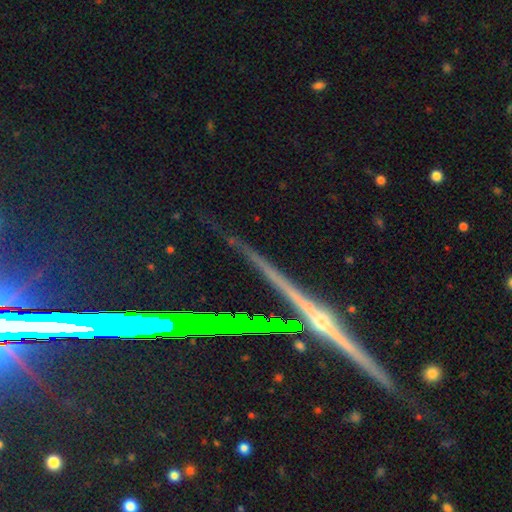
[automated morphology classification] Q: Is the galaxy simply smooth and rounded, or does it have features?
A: featured or disk — 53%.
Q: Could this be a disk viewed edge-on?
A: yes — 92%.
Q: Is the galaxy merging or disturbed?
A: none — 88%.